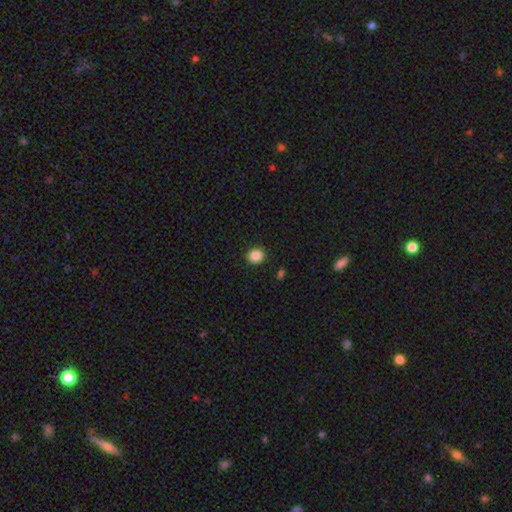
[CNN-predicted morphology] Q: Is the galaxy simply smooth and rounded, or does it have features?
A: smooth — 86%.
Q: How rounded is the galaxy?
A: round — 83%.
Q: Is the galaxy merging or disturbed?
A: none — 91%.